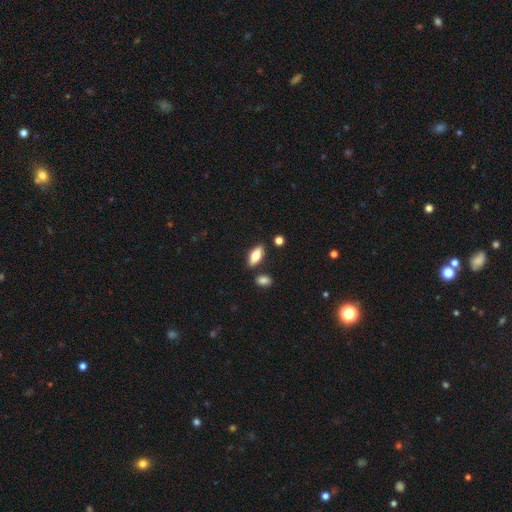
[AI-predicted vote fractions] This is likely a smooth galaxy (70%). How rounded: likely in between (77%). Merging: clearly none (82%).